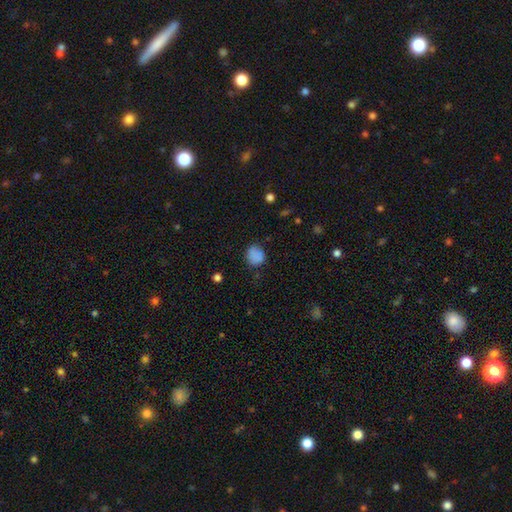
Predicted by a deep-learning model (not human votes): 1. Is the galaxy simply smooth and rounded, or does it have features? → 82% smooth, 10% star or artifact, 7% featured or disk.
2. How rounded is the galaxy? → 73% round, 26% in between, 1% cigar-shaped.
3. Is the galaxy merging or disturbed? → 72% none, 20% minor disturbance, 5% major disturbance, 3% merger.